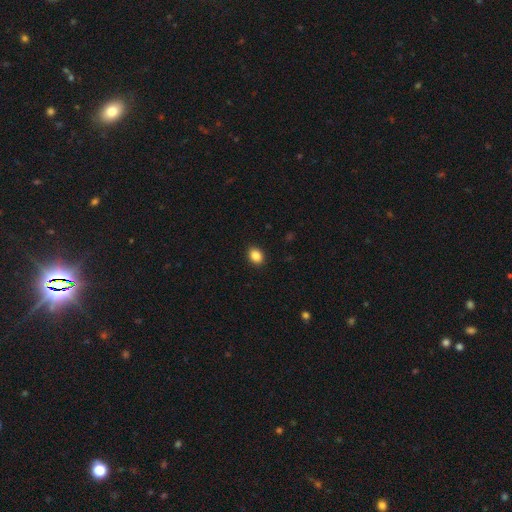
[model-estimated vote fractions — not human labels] smooth_or_featured: smooth (p=0.87) [alt: star or artifact p=0.09]
how_rounded: in between (p=0.59) [alt: round p=0.40]
merging: none (p=0.91) [alt: minor disturbance p=0.06]